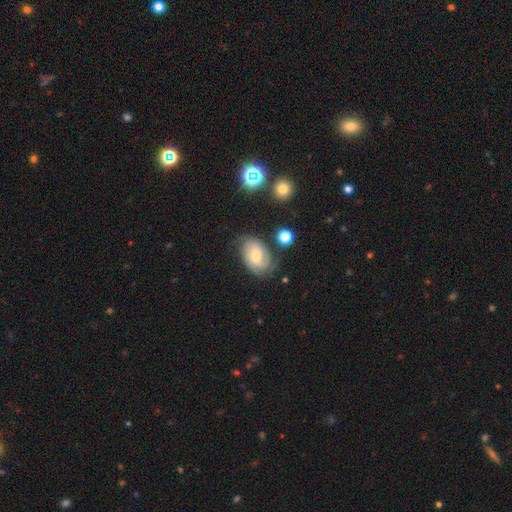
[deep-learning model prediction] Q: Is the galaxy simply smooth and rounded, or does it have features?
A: featured or disk — 63%.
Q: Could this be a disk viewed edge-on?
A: no — 96%.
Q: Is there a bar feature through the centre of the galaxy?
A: no — 53%.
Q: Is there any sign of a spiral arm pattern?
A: yes — 88%.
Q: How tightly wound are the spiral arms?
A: tight — 47%.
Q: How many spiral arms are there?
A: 2 — 53%.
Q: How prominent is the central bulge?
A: moderate — 49%.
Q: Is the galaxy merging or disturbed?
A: none — 65%.